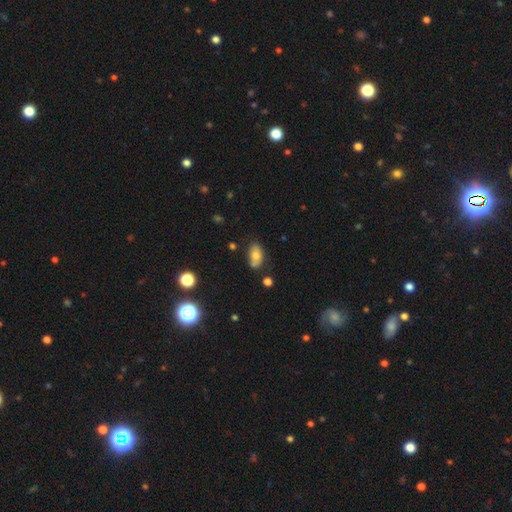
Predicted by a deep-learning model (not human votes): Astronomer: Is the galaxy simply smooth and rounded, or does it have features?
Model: smooth — 70%.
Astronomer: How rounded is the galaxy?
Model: in between — 90%.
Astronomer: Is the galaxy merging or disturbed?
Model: none — 66%.